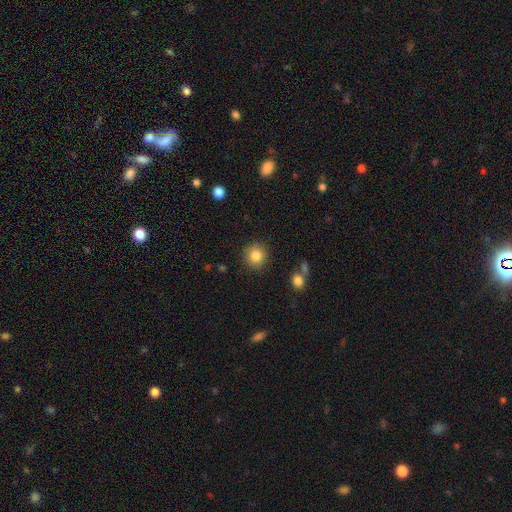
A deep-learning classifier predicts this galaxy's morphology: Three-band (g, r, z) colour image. It shows a smooth galaxy with no disk features (83%) that is round (91%). Merging: none (89%).